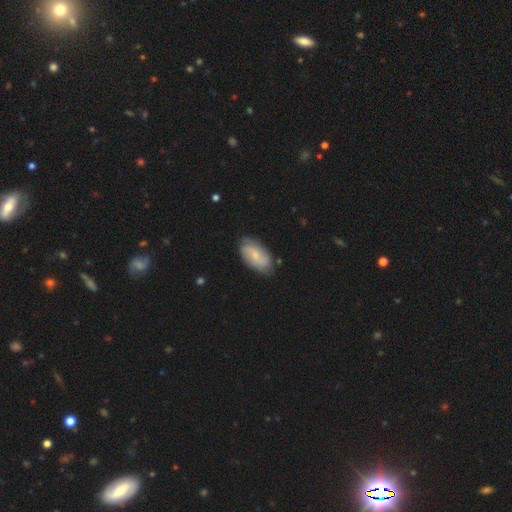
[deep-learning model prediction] Q: Smooth or featured?
A: featured or disk (57%); runner-up: smooth (36%)
Q: Edge-on disk?
A: no (95%); runner-up: yes (5%)
Q: Bar?
A: no (52%); runner-up: weak (40%)
Q: Spiral arms?
A: yes (89%); runner-up: no (11%)
Q: Bulge size?
A: small (63%); runner-up: moderate (27%)
Q: Merging?
A: none (76%); runner-up: minor disturbance (19%)